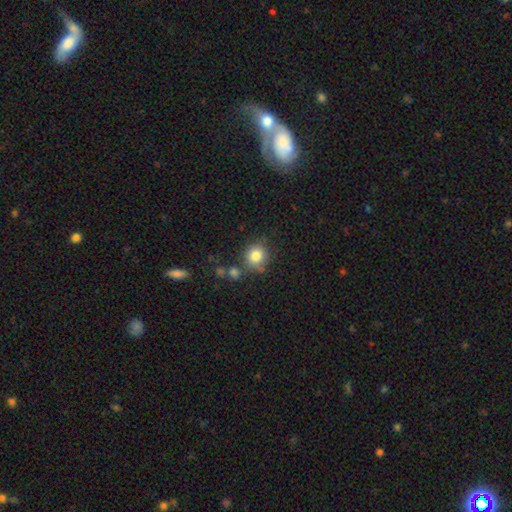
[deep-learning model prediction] Smooth or featured? Predicted: smooth (p=0.82). How rounded? Predicted: round (p=0.85). Merging? Predicted: none (p=0.72).